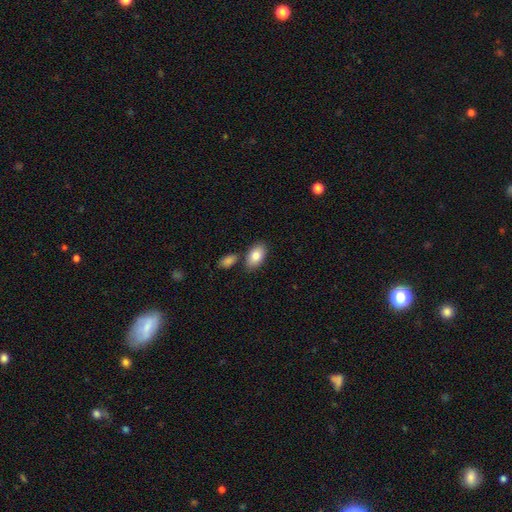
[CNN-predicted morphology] A smooth galaxy with no disk features (84%) that is in between round and cigar-shaped (93%).

Vote fractions:
- Smooth or featured? smooth: 84% / featured or disk: 10% / star or artifact: 6%
- How rounded? in between: 93% / round: 5% / cigar-shaped: 2%
- Merging? none: 73% / minor disturbance: 12% / merger: 12% / major disturbance: 3%